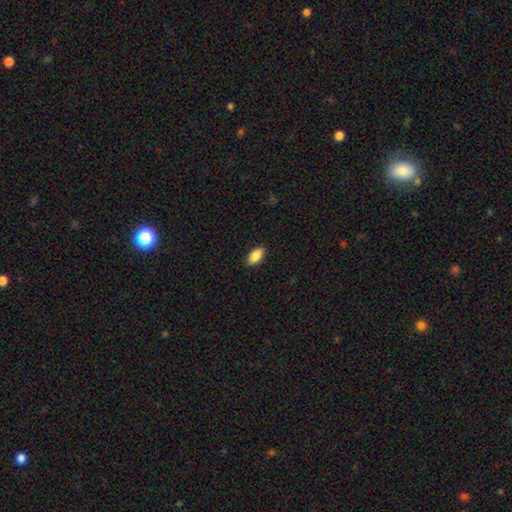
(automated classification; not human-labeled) smooth_or_featured: smooth (p=0.90) [alt: star or artifact p=0.07]
how_rounded: in between (p=0.93) [alt: cigar-shaped p=0.05]
merging: none (p=0.90) [alt: minor disturbance p=0.08]